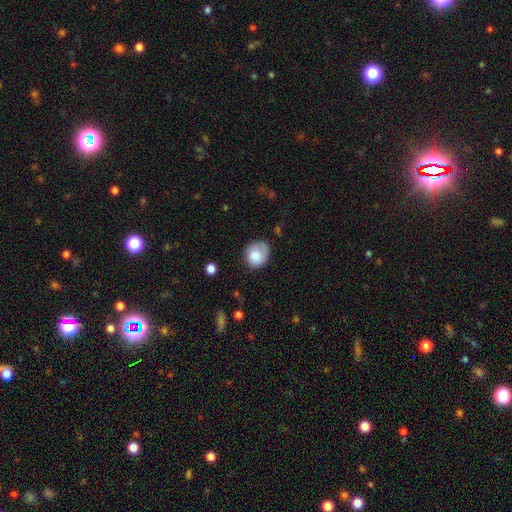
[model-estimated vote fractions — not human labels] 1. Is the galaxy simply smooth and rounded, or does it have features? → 81% smooth, 11% featured or disk, 8% star or artifact.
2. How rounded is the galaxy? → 70% round, 29% in between, 1% cigar-shaped.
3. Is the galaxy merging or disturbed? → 59% none, 29% minor disturbance, 10% major disturbance, 2% merger.